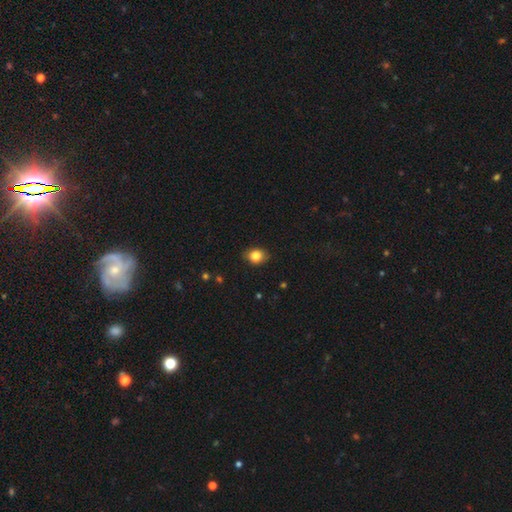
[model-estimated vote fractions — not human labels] Smooth or featured? Predicted: smooth (p=0.83). How rounded? Predicted: in between (p=0.51). Merging? Predicted: none (p=0.82).